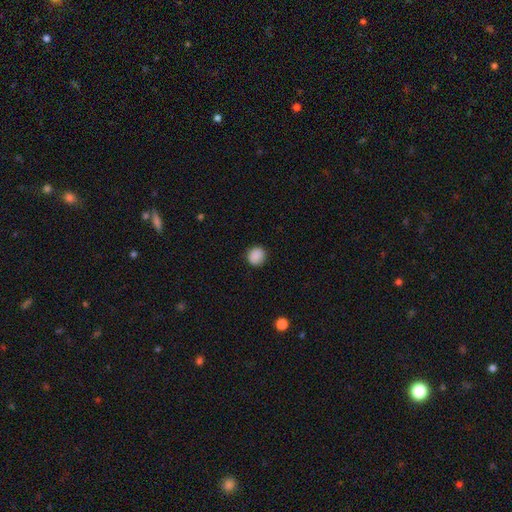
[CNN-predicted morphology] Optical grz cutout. It shows a smooth galaxy with no disk features (89%) that is round (83%). Merging: none (89%).